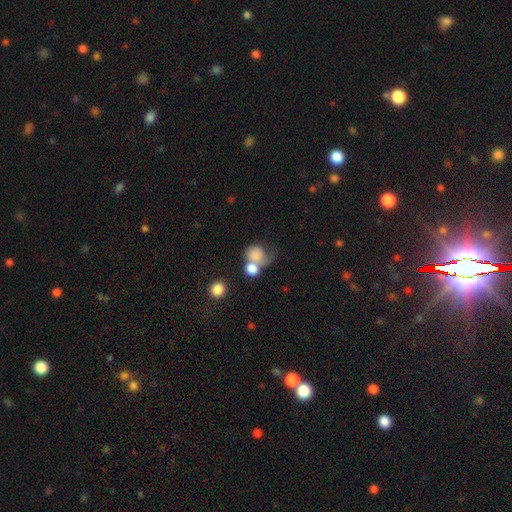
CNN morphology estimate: A smooth galaxy with no disk features (71%) that is round (69%).

Vote fractions:
- Smooth or featured? smooth: 71% / featured or disk: 19% / star or artifact: 9%
- How rounded? round: 69% / in between: 30% / cigar-shaped: 1%
- Merging? merger: 39% / none: 24% / major disturbance: 23% / minor disturbance: 14%